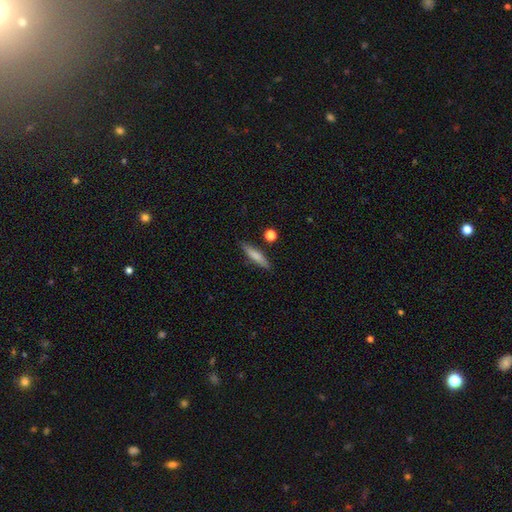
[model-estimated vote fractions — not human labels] This appears to be a smooth galaxy with no disk features (74%) that is cigar-shaped (85%). Merging: none (85%).